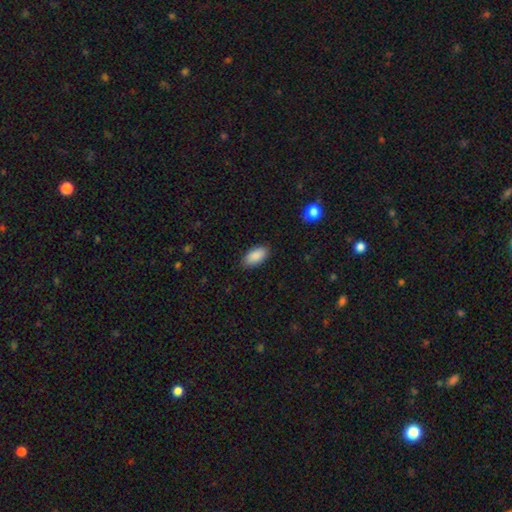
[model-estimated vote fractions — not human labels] Overall: smooth (89%). How rounded: in between (94%). Merging: none (86%).